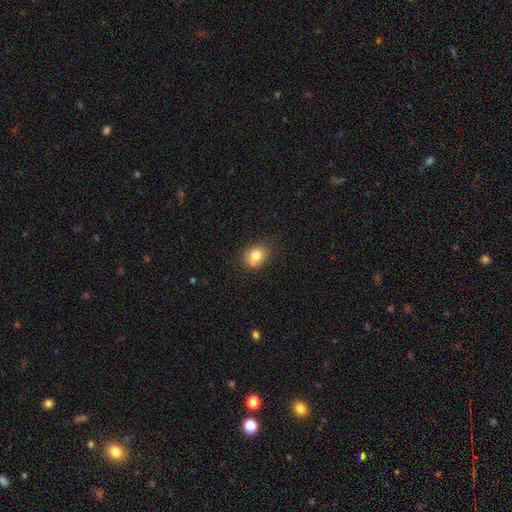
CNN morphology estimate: smooth 76%, featured or disk 14%, star or artifact 11%. Down the decision tree: how rounded — round (59%); merging — none (60%).